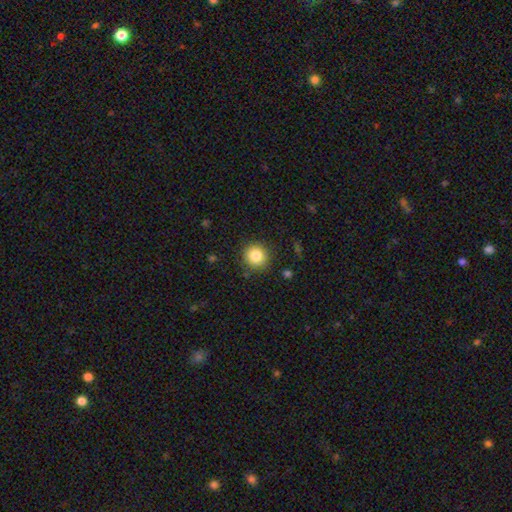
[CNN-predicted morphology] The model was most divided on "smooth or featured": smooth: 84%, star or artifact: 10%, featured or disk: 6%. More confident: how rounded — round (93%); merging — none (88%).